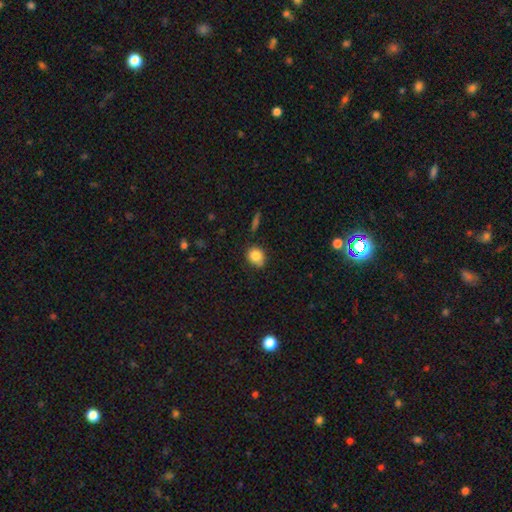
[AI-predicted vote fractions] This is clearly a smooth galaxy (85%). How rounded: likely round (61%). Merging: likely none (71%).